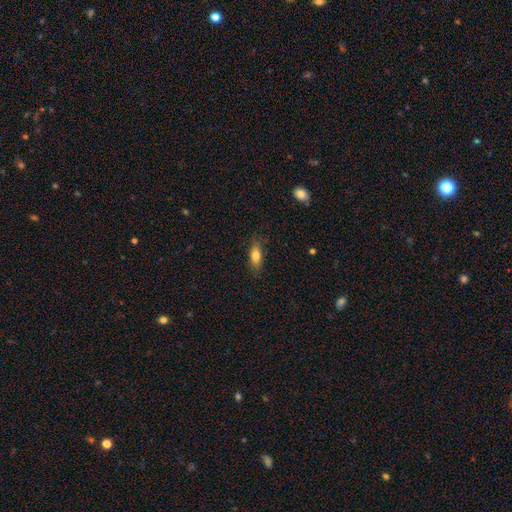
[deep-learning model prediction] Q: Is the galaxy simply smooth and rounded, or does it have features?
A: smooth — 75%.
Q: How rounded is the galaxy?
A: in between — 70%.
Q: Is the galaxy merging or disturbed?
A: none — 81%.